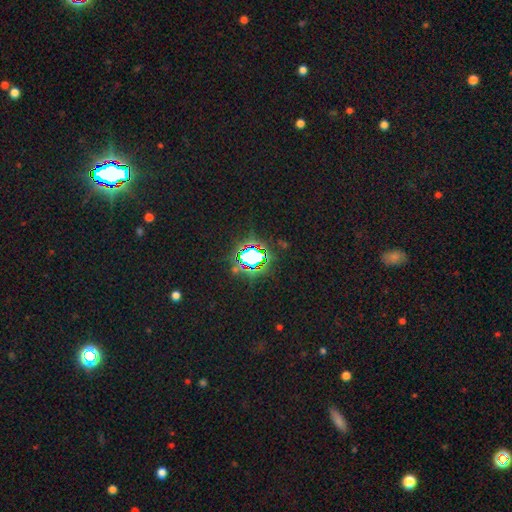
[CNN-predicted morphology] star or artifact 68%, smooth 21%, featured or disk 11%.